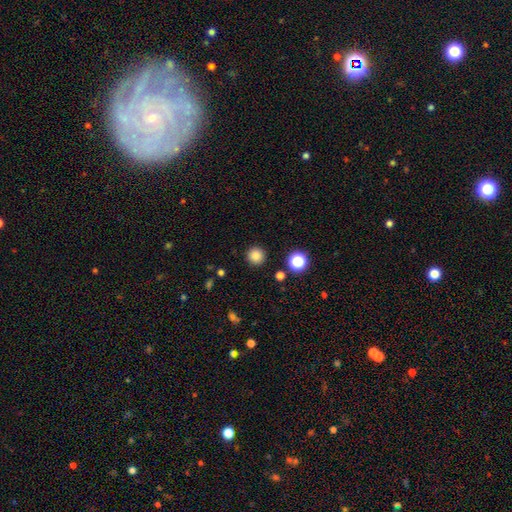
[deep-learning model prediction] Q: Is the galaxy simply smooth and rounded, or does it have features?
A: smooth — 84%.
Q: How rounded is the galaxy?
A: round — 95%.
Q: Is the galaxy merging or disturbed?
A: none — 91%.